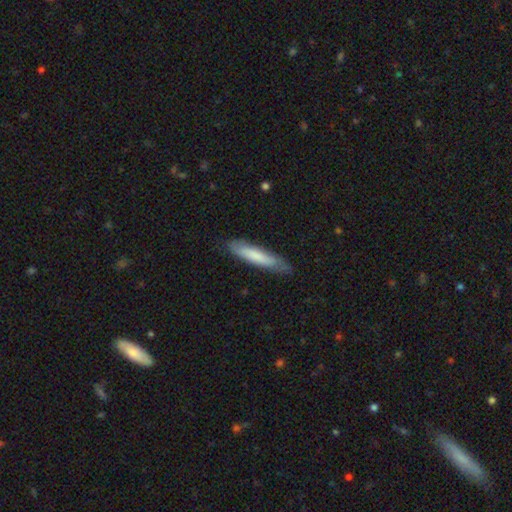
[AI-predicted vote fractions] Overall: smooth (72%). How rounded: cigar-shaped (85%). Merging: none (77%).